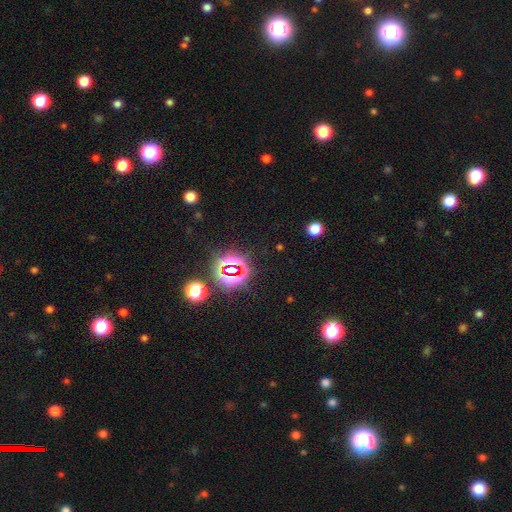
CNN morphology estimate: Overall: star or artifact (79%).